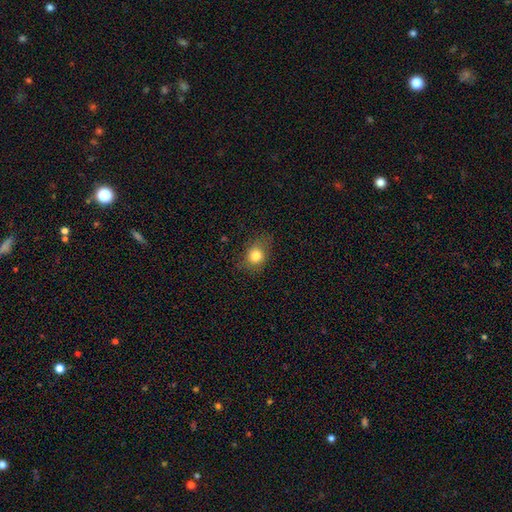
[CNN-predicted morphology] type=smooth (80%); roundness=round (57%); merging=none (72%).